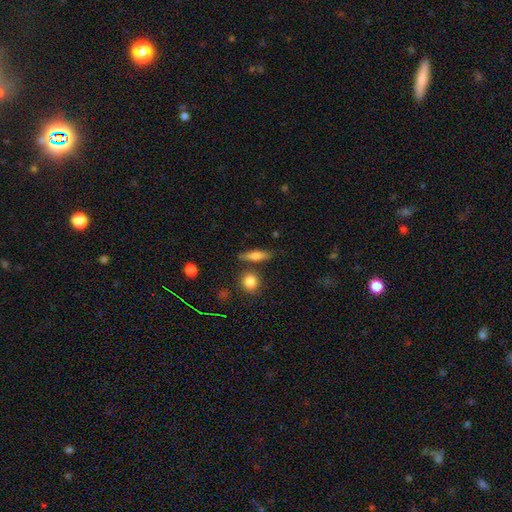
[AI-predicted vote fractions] smooth 62%, featured or disk 30%, star or artifact 8%. Down the decision tree: how rounded — cigar-shaped (59%); merging — none (77%).